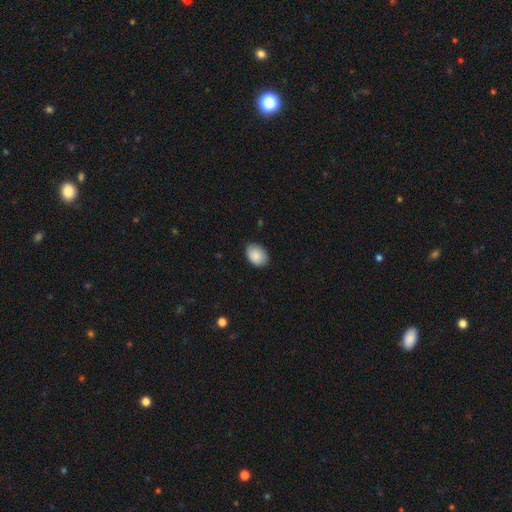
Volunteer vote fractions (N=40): Smooth or featured? 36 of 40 (90%) said smooth. How rounded? 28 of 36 (78%) said in between. Merging? 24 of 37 (65%) said none.